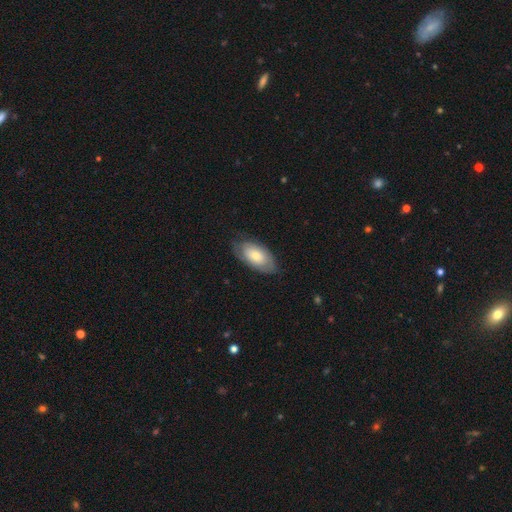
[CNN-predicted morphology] type=smooth (59%); roundness=in between (93%); merging=none (73%).